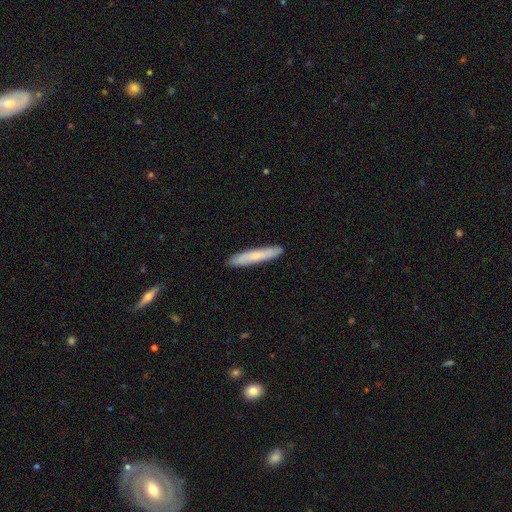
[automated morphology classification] This appears to be a smooth galaxy with no disk features (68%) that is cigar-shaped (93%). Merging: none (90%).